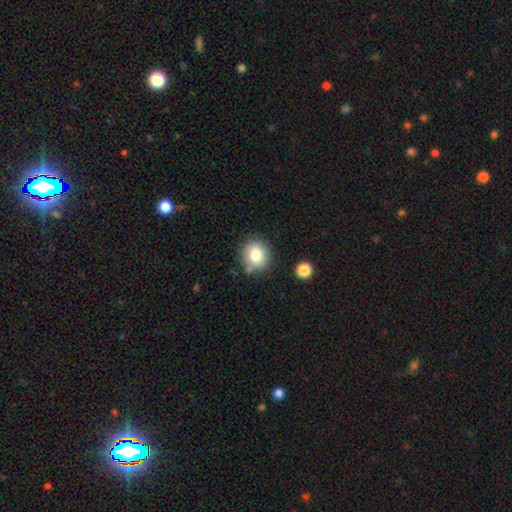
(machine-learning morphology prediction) smooth 82%, star or artifact 10%, featured or disk 8%. Down the decision tree: how rounded — round (82%); merging — none (77%).